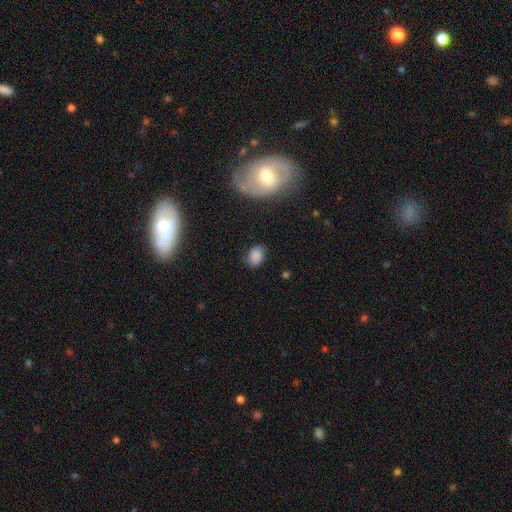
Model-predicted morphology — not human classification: smooth 82%, star or artifact 11%, featured or disk 7%. Down the decision tree: how rounded — in between (72%); merging — none (78%).